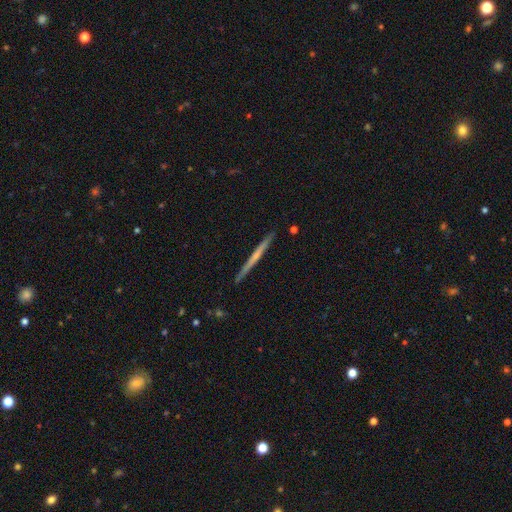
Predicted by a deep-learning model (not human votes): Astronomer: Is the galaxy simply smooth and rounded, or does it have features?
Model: featured or disk — 58% (runner-up: smooth, 36%).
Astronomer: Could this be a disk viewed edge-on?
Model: yes — 98%.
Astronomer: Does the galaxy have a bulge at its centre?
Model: none — 76%.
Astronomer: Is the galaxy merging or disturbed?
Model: none — 92%.